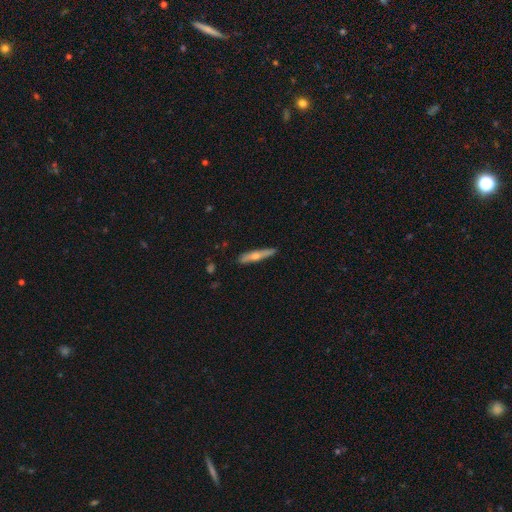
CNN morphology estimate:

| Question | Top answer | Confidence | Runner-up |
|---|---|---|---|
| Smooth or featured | smooth | 52% | featured or disk (42%) |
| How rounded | cigar-shaped | 90% | in between (8%) |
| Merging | none | 84% | minor disturbance (12%) |